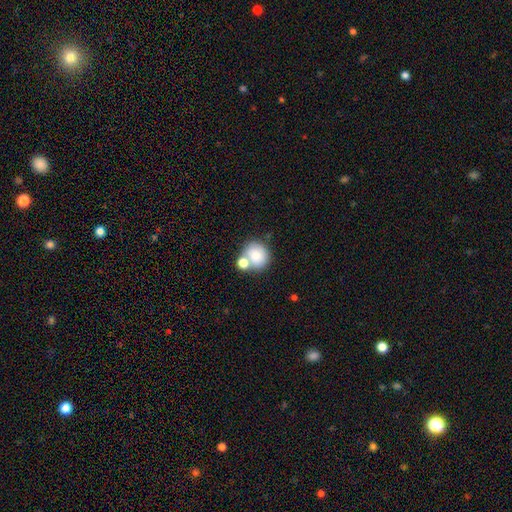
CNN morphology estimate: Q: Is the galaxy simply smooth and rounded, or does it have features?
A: smooth — 78%.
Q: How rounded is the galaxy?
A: round — 83%.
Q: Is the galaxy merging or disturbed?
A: none — 50%.